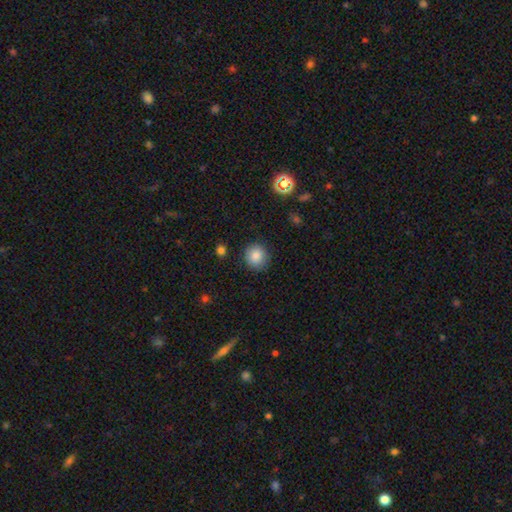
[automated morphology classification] Smooth or featured?
  - smooth: 86% *
  - star or artifact: 9%
  - featured or disk: 5%
How rounded?
  - round: 91% *
  - in between: 8%
  - cigar-shaped: 1%
Merging?
  - none: 88% *
  - minor disturbance: 8%
  - major disturbance: 2%
  - merger: 1%